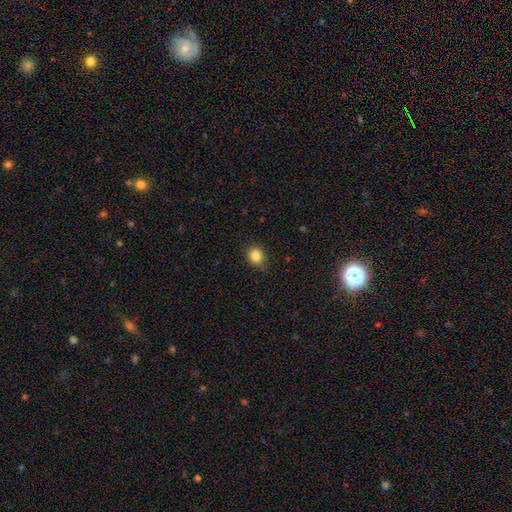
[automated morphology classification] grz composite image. It shows a smooth galaxy with no disk features (85%) that is round (68%). Merging: none (79%).